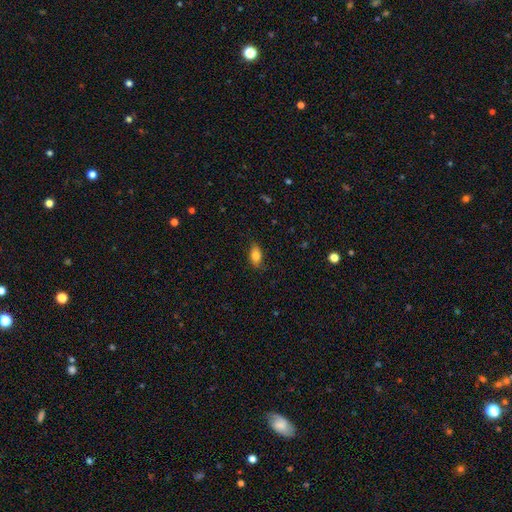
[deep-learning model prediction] A smooth galaxy with no disk features (81%) that is in between round and cigar-shaped (87%).

Vote fractions:
- Smooth or featured? smooth: 81% / featured or disk: 11% / star or artifact: 8%
- How rounded? in between: 87% / round: 8% / cigar-shaped: 5%
- Merging? none: 80% / minor disturbance: 16% / major disturbance: 3% / merger: 1%